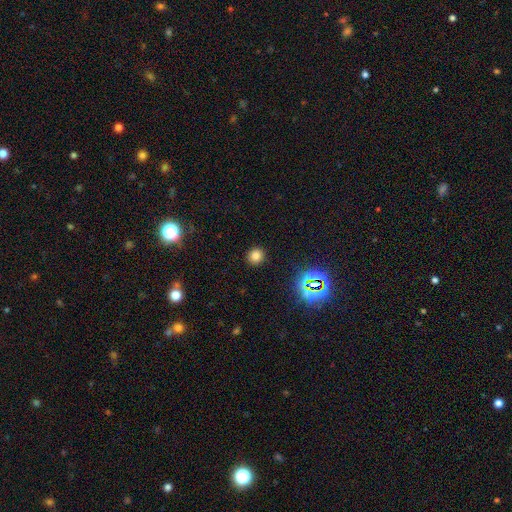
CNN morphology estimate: type=smooth (75%); roundness=round (89%); merging=none (91%).